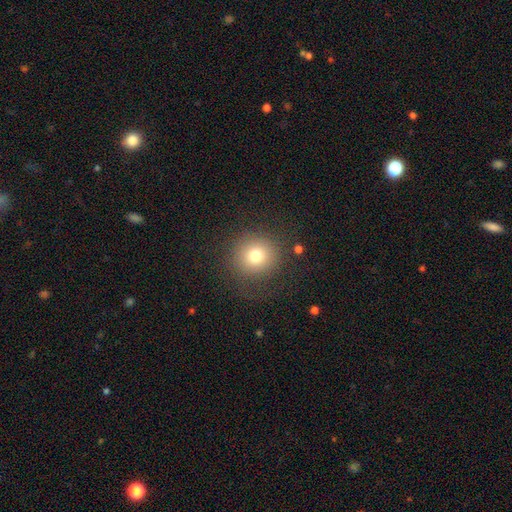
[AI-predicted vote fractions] A smooth galaxy with no disk features (76%) that is round (90%). Merging: none (83%).